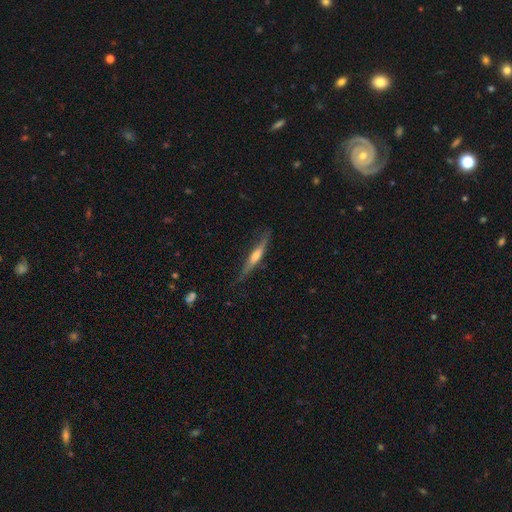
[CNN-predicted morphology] Q: Smooth or featured?
A: featured or disk (60%); runner-up: smooth (34%)
Q: Edge-on disk?
A: yes (95%); runner-up: no (5%)
Q: Edge-on bulge?
A: rounded (67%); runner-up: none (19%)
Q: Merging?
A: none (77%); runner-up: minor disturbance (17%)